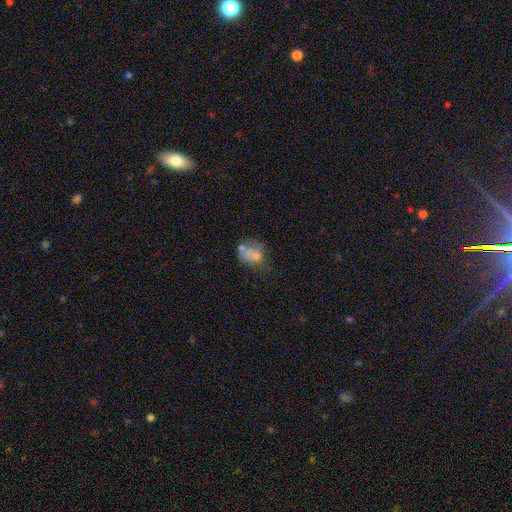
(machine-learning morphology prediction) The model was most divided on "merging": merger: 32%, none: 31%, minor disturbance: 19%, major disturbance: 18%. More confident: how rounded — round (55%); smooth or featured — smooth (53%).